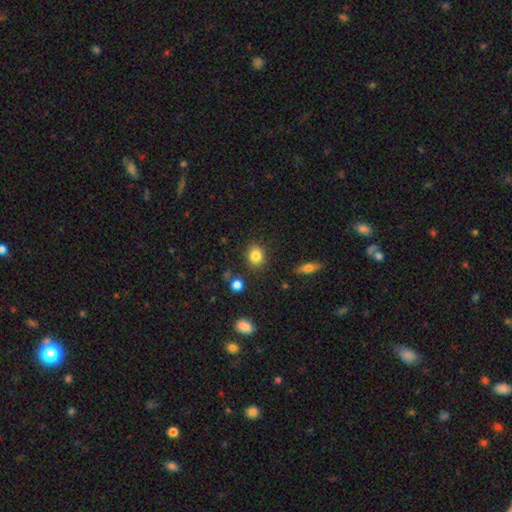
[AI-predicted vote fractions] smooth-or-featured: smooth: 83% | star or artifact: 10% | featured or disk: 7%
  how-rounded: round: 63% | in between: 36% | cigar-shaped: 1%
  merging: none: 86% | minor disturbance: 9% | merger: 3% | major disturbance: 3%